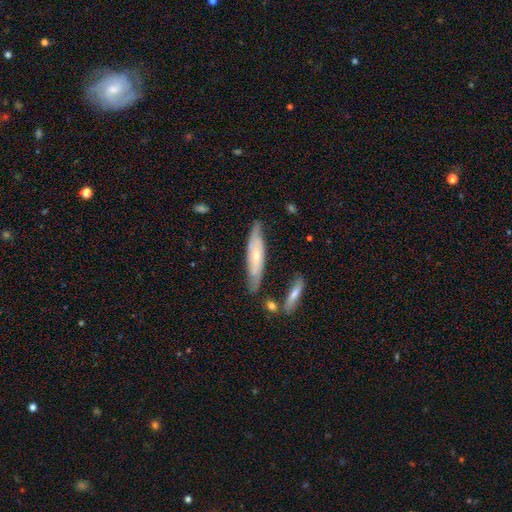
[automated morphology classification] A featured or disk galaxy (59%). Merging: none (72%).